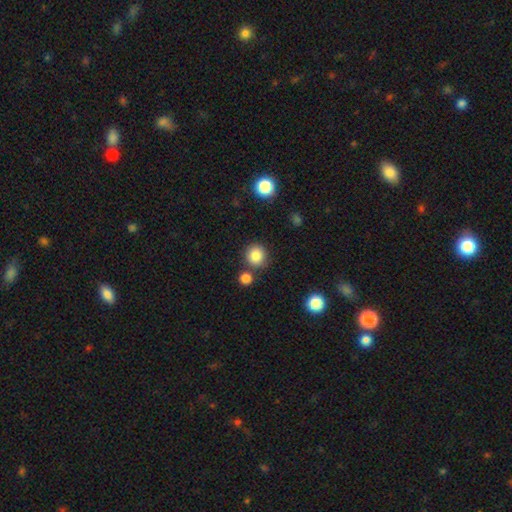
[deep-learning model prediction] A smooth galaxy with no disk features (85%) that is round (90%). Merging: none (77%).